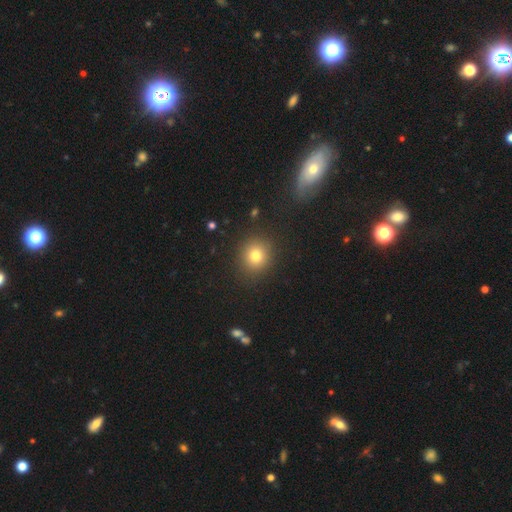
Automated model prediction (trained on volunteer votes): smooth_or_featured: smooth (p=0.78) [alt: star or artifact p=0.13]
how_rounded: round (p=0.85) [alt: in between p=0.14]
merging: none (p=0.88) [alt: minor disturbance p=0.07]